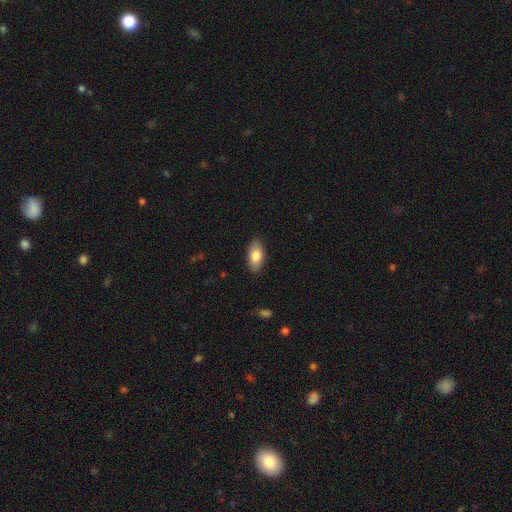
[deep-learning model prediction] A smooth galaxy with no disk features (81%) that is in between round and cigar-shaped (92%). Merging: none (87%).